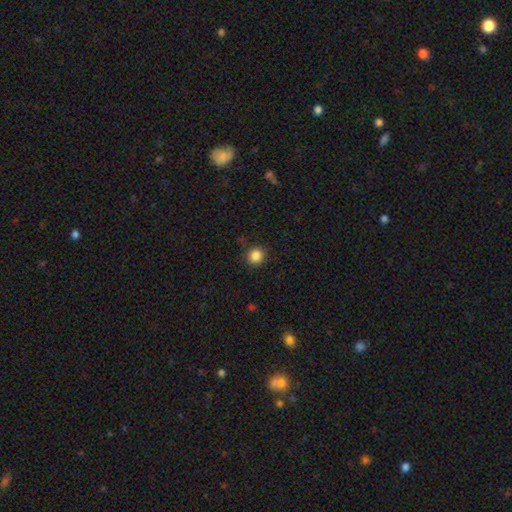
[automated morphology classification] This is clearly a smooth galaxy (86%). How rounded: clearly round (89%). Merging: clearly none (87%).